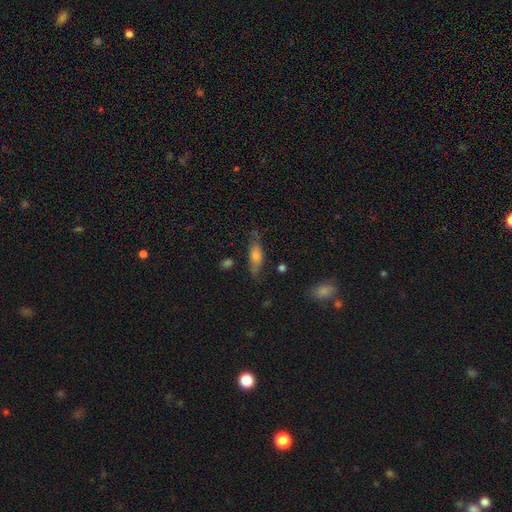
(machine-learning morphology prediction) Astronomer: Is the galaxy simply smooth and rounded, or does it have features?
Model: smooth — 55% (runner-up: featured or disk, 36%).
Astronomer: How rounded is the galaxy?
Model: in between — 50% (runner-up: cigar-shaped, 46%).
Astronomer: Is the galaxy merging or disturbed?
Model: none — 73%.